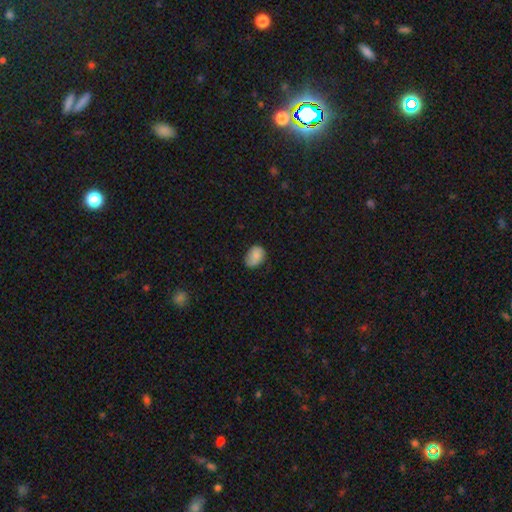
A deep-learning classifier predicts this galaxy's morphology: Q: Smooth or featured?
A: smooth (78%); runner-up: featured or disk (14%)
Q: How rounded?
A: in between (72%); runner-up: round (27%)
Q: Merging?
A: none (67%); runner-up: minor disturbance (27%)